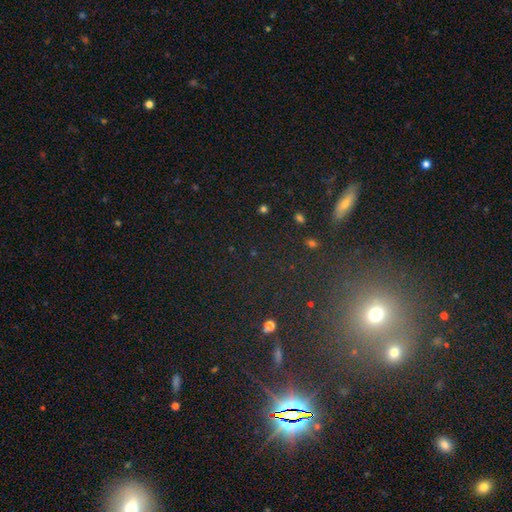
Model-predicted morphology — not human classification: A star or artifact, not a galaxy (65%).

Vote fractions:
- Smooth or featured? star or artifact: 65% / smooth: 24% / featured or disk: 12%